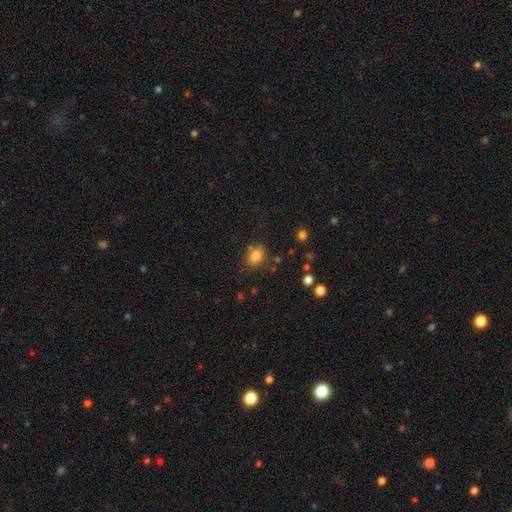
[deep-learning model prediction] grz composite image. It shows a smooth galaxy with no disk features (80%) that is in between round and cigar-shaped (63%). Merging: none (72%).